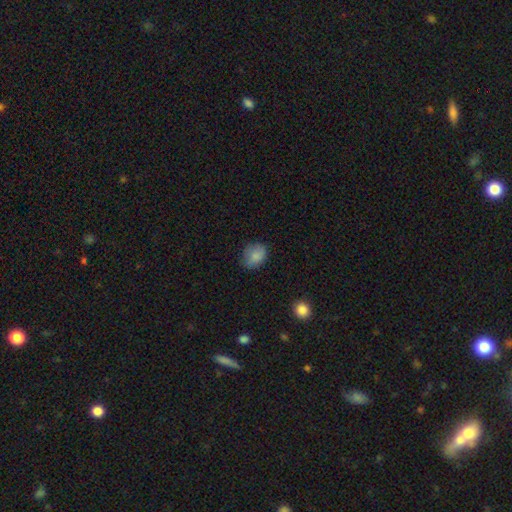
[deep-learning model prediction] A smooth galaxy with no disk features (84%) that is round (55%).

Vote fractions:
- Smooth or featured? smooth: 84% / star or artifact: 9% / featured or disk: 8%
- How rounded? round: 55% / in between: 44% / cigar-shaped: 1%
- Merging? none: 72% / minor disturbance: 23% / major disturbance: 5% / merger: 1%